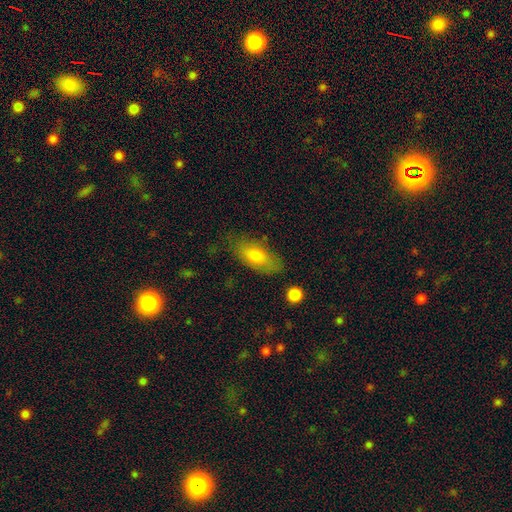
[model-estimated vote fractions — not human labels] Smooth or featured?
  - smooth: 75% *
  - featured or disk: 18%
  - star or artifact: 7%
How rounded?
  - in between: 88% *
  - cigar-shaped: 7%
  - round: 5%
Merging?
  - none: 65% *
  - minor disturbance: 24%
  - major disturbance: 9%
  - merger: 3%